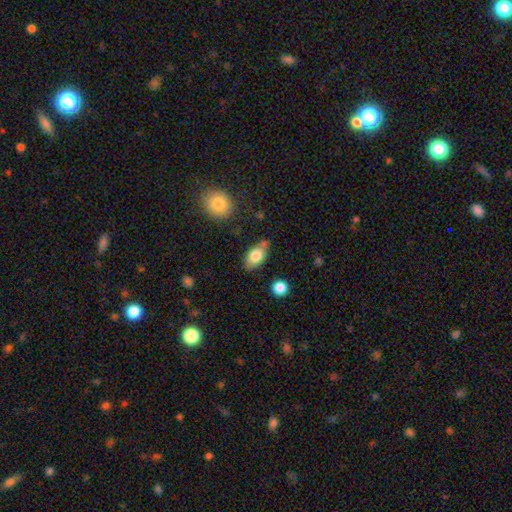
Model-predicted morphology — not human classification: Q: Smooth or featured?
A: smooth (77%); runner-up: featured or disk (16%)
Q: How rounded?
A: in between (89%); runner-up: round (6%)
Q: Merging?
A: none (68%); runner-up: minor disturbance (21%)